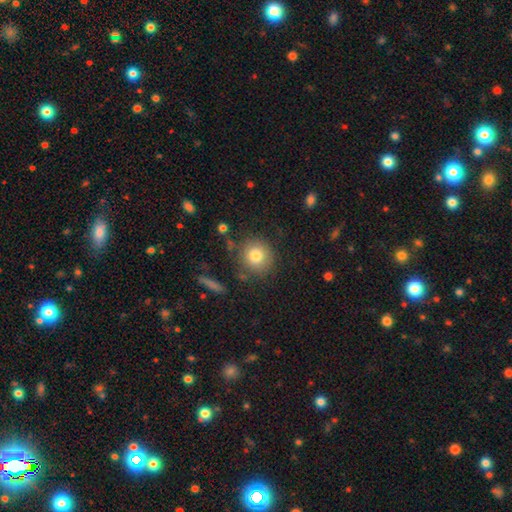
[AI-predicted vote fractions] Morphology: type=smooth (80%); roundness=round (91%); merging=none (82%).